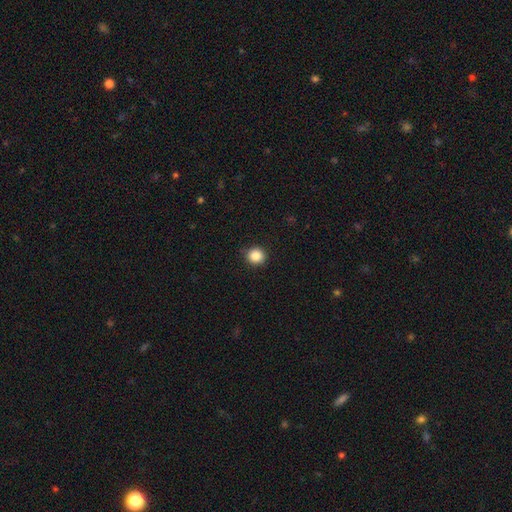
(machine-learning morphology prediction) This appears to be a smooth galaxy with no disk features (86%) that is round (91%). Merging: none (90%).